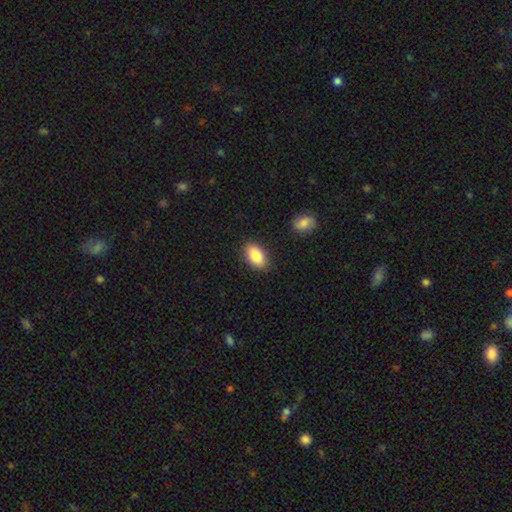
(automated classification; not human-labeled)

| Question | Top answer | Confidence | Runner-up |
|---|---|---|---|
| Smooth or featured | smooth | 85% | featured or disk (8%) |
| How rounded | in between | 92% | round (5%) |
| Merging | none | 87% | minor disturbance (9%) |